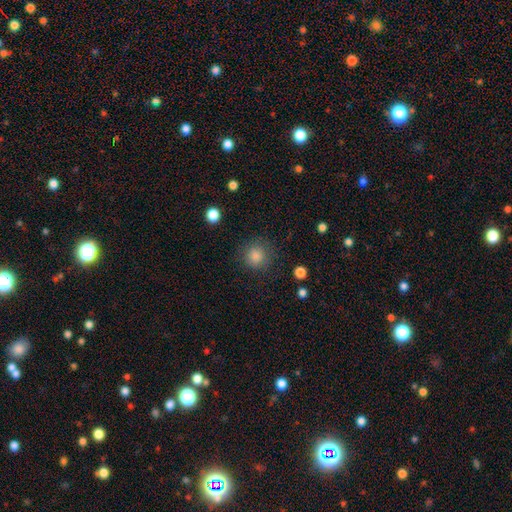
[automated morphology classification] This is clearly a smooth galaxy (82%). How rounded: clearly round (92%). Merging: clearly none (85%).